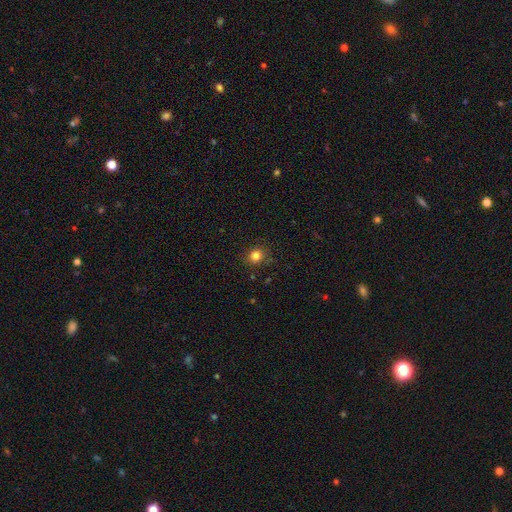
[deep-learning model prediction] Smooth or featured? Predicted: smooth (p=0.82). How rounded? Predicted: round (p=0.82). Merging? Predicted: none (p=0.87).